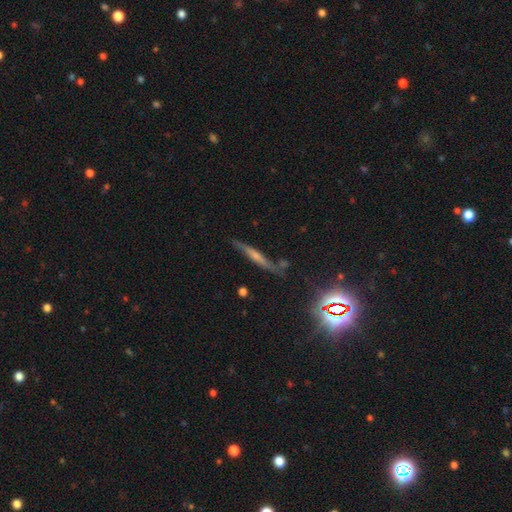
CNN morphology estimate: Smooth or featured?
  - featured or disk: 57% *
  - smooth: 26%
  - star or artifact: 17%
Edge-on disk?
  - yes: 88% *
  - no: 12%
Edge-on bulge?
  - rounded: 53% *
  - none: 33%
  - boxy: 13%
Merging?
  - none: 74% *
  - minor disturbance: 17%
  - major disturbance: 5%
  - merger: 4%